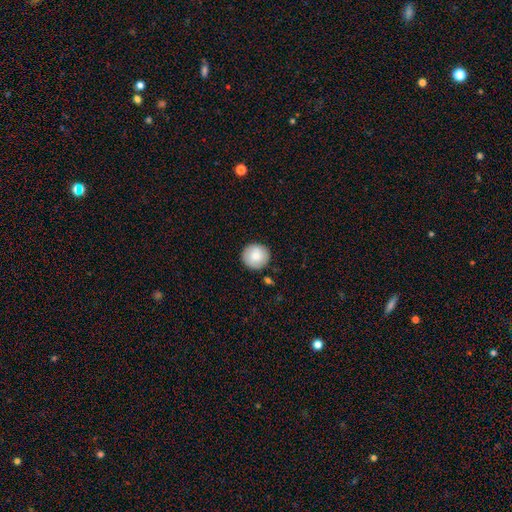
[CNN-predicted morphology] smooth_or_featured: smooth (p=0.80) [alt: featured or disk p=0.13]
how_rounded: round (p=0.94) [alt: in between p=0.05]
merging: none (p=0.88) [alt: minor disturbance p=0.08]